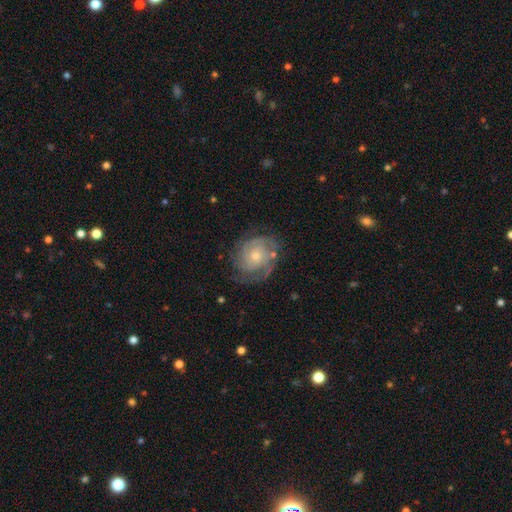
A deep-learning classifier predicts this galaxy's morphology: type=featured or disk (82%); edge-on=no (98%); bar=no (74%); spiral arms=yes (95%); winding=tight (64%); arm count=3 (29%); bulge=small (55%); merging=none (72%).